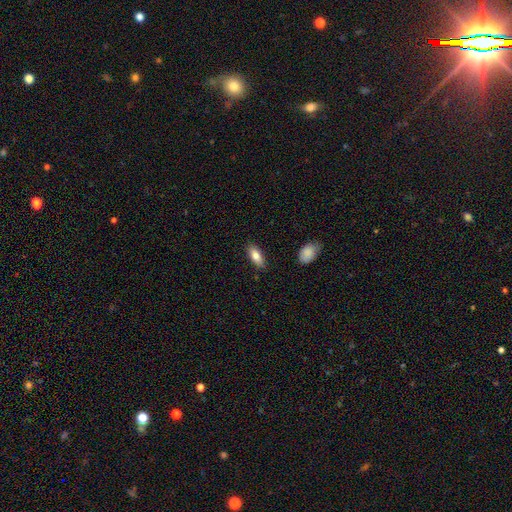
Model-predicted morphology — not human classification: Smooth or featured? Predicted: smooth (p=0.81). How rounded? Predicted: in between (p=0.82). Merging? Predicted: none (p=0.85).